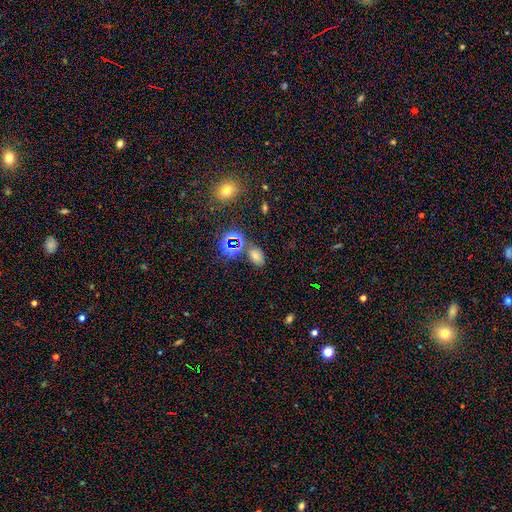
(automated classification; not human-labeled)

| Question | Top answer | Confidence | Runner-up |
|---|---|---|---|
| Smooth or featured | smooth | 60% | star or artifact (31%) |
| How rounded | in between | 87% | round (11%) |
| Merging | none | 75% | minor disturbance (13%) |